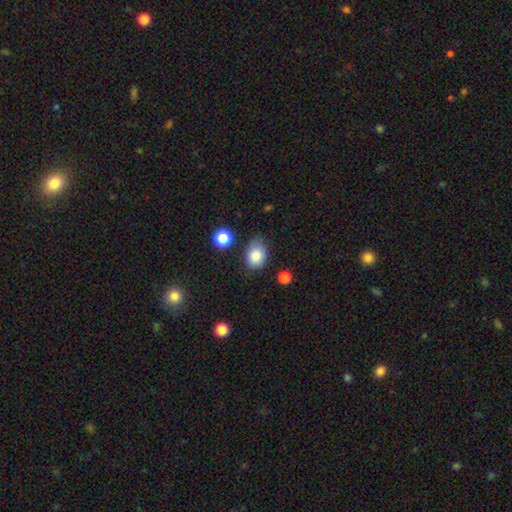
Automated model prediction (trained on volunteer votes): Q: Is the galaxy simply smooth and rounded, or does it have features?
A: smooth — 84%.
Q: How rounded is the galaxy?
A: in between — 66%.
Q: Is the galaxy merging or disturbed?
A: none — 66%.